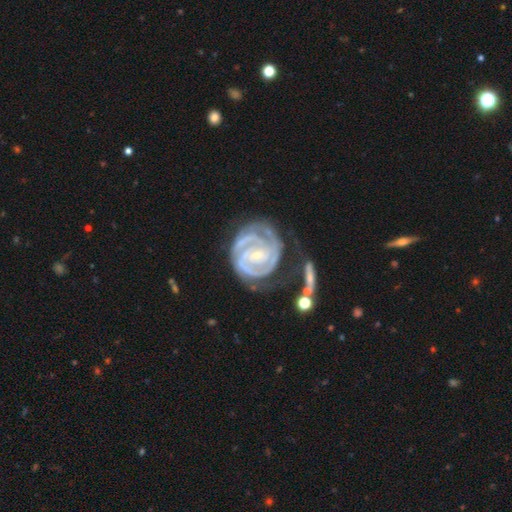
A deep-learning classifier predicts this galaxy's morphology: Smooth or featured?
  - featured or disk: 91% *
  - smooth: 5%
  - star or artifact: 5%
Edge-on disk?
  - no: 98% *
  - yes: 2%
Bar?
  - no: 44% *
  - weak: 37%
  - strong: 20%
Spiral arms?
  - yes: 98% *
  - no: 2%
Spiral winding?
  - tight: 77% *
  - medium: 20%
  - loose: 3%
Spiral arm count?
  - 2: 39% *
  - 3: 30%
  - can't tell: 14%
  - 4: 8%
  - 1: 5%
  - more than 4: 4%
Bulge size?
  - small: 76% *
  - moderate: 20%
  - none: 3%
  - large: 1%
  - dominant: 1%
Merging?
  - none: 50% *
  - minor disturbance: 24%
  - major disturbance: 16%
  - merger: 10%